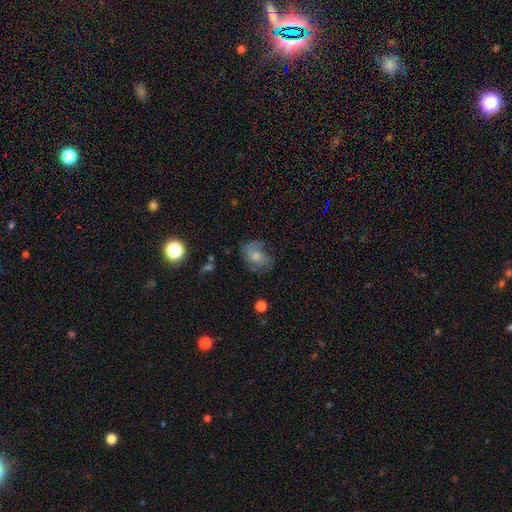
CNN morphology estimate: Smooth or featured? Predicted: featured or disk (p=0.49). Merging? Predicted: none (p=0.54).